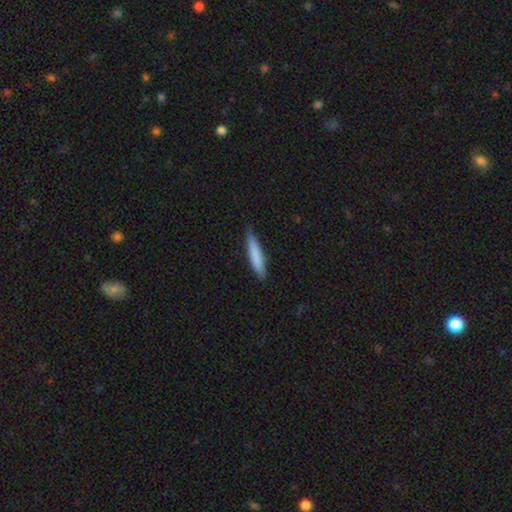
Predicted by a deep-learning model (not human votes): The model was most divided on "smooth or featured": smooth: 80%, featured or disk: 15%, star or artifact: 5%. More confident: how rounded — cigar-shaped (89%); merging — none (85%).